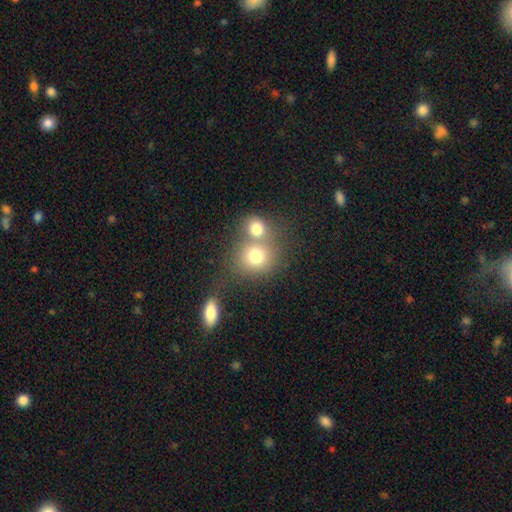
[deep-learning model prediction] Smooth or featured? smooth (76%)
How rounded? round (78%)
Merging? merger (47%)